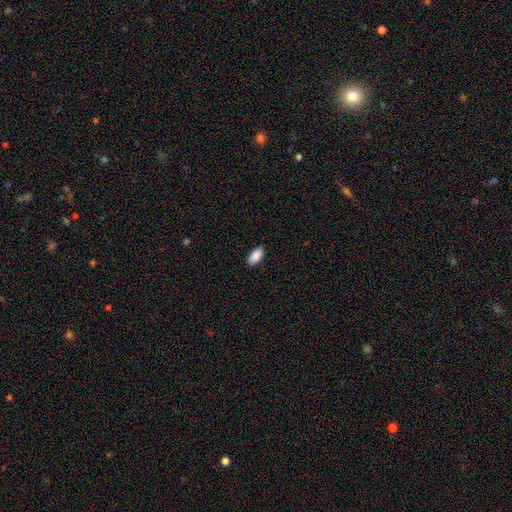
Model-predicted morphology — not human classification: Q: Smooth or featured?
A: smooth (90%); runner-up: star or artifact (6%)
Q: How rounded?
A: in between (94%); runner-up: cigar-shaped (4%)
Q: Merging?
A: none (88%); runner-up: minor disturbance (9%)